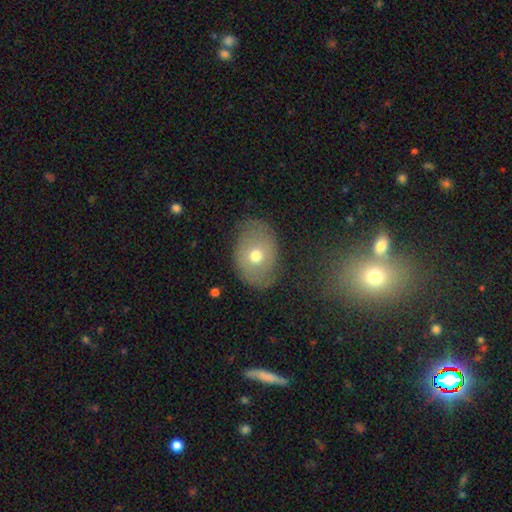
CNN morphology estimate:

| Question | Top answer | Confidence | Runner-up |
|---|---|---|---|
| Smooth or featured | smooth | 51% | featured or disk (39%) |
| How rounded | in between | 65% | round (34%) |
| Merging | none | 68% | minor disturbance (21%) |